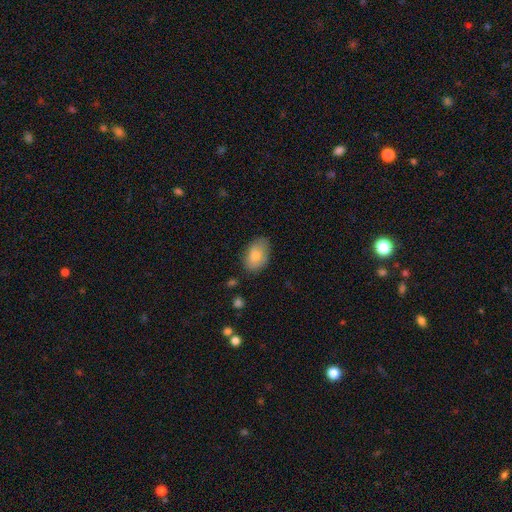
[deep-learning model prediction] smooth 79%, featured or disk 14%, star or artifact 7%. Down the decision tree: how rounded — in between (88%); merging — none (74%).